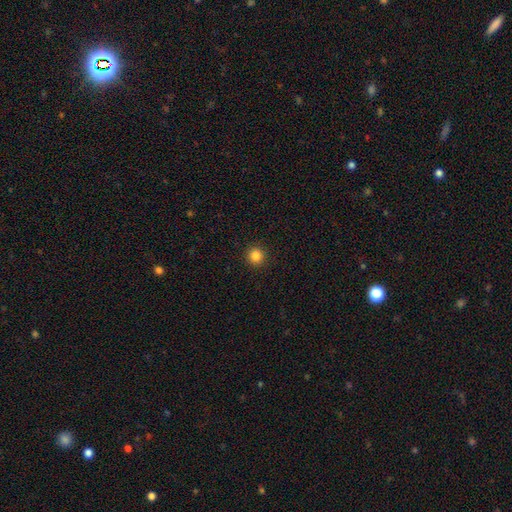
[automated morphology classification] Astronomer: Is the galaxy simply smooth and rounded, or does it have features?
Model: smooth — 85%.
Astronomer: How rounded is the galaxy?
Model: round — 95%.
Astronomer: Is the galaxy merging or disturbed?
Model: none — 93%.